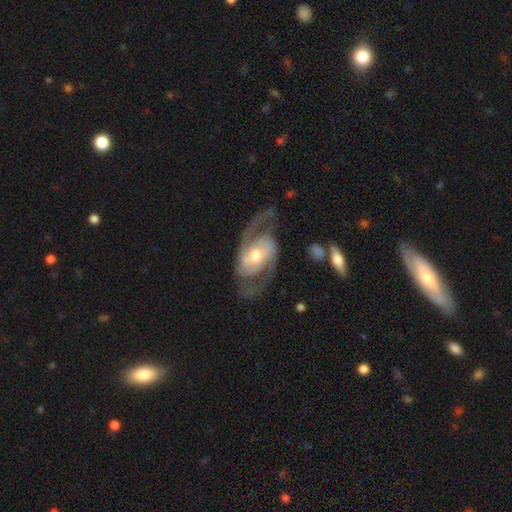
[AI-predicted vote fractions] Morphology: type=featured or disk (89%); edge-on=no (96%); bar=weak (41%); spiral arms=yes (96%); winding=medium (54%); arm count=2 (90%); bulge=moderate (68%); merging=none (69%).